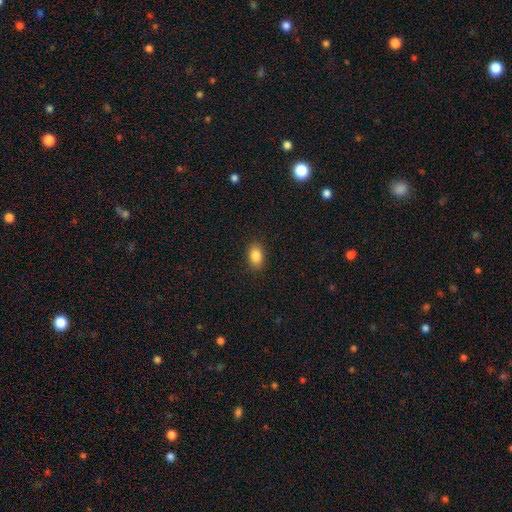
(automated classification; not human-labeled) Q: Smooth or featured?
A: smooth (85%); runner-up: star or artifact (9%)
Q: How rounded?
A: in between (84%); runner-up: round (14%)
Q: Merging?
A: none (89%); runner-up: minor disturbance (8%)